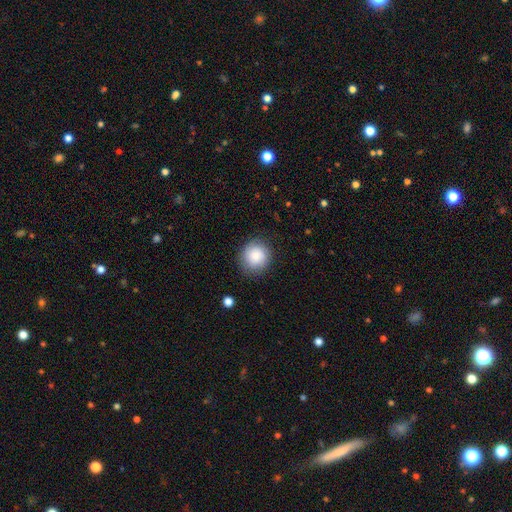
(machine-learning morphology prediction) Smooth or featured? Predicted: smooth (p=0.82). How rounded? Predicted: round (p=0.89). Merging? Predicted: none (p=0.84).